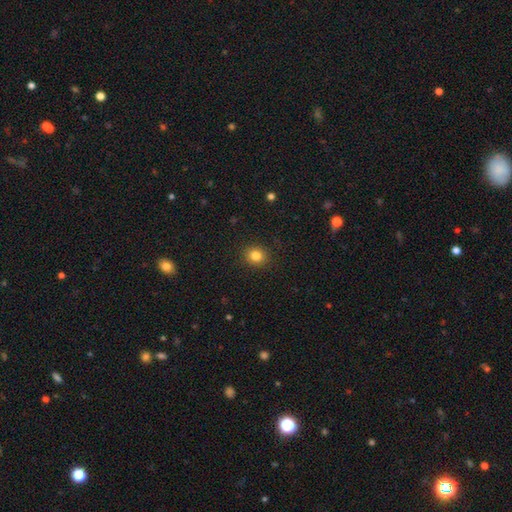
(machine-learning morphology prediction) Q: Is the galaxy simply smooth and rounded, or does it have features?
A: smooth — 83%.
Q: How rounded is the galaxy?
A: round — 80%.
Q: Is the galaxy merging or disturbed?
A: none — 90%.